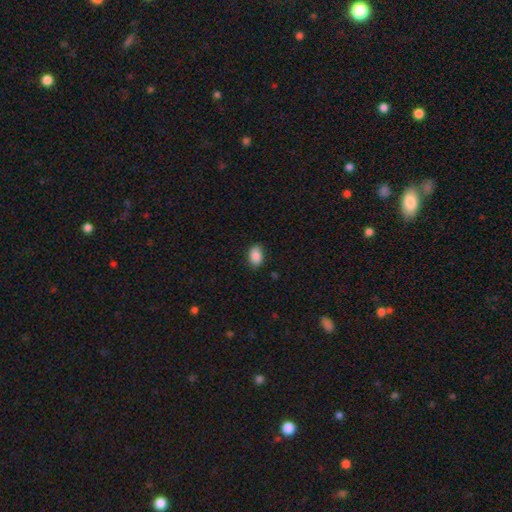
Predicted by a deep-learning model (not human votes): smooth 88%, star or artifact 8%, featured or disk 4%. Down the decision tree: how rounded — in between (84%); merging — none (84%).